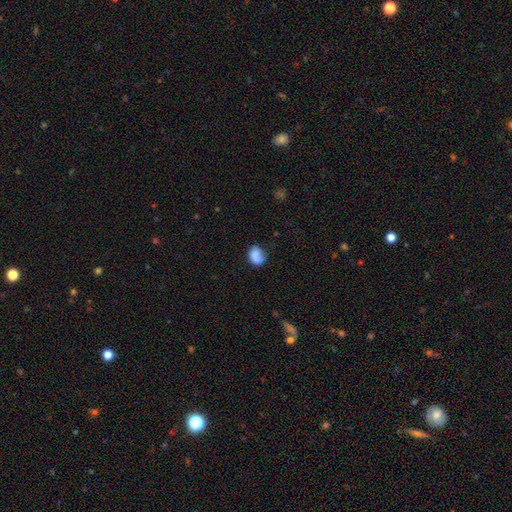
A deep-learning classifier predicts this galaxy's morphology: smooth 80%, featured or disk 11%, star or artifact 9%. Down the decision tree: how rounded — in between (60%); merging — none (55%).